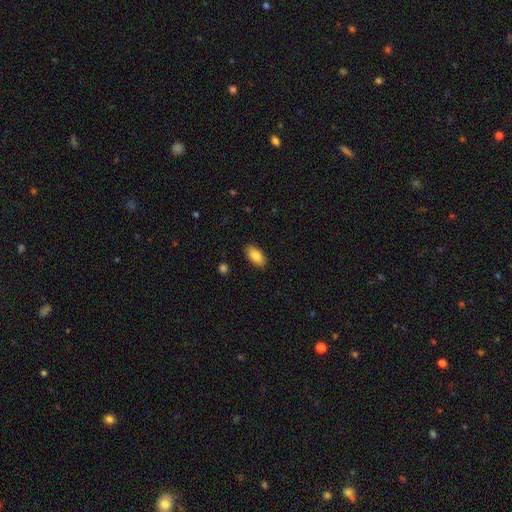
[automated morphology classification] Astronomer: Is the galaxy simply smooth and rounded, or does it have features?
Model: smooth — 85%.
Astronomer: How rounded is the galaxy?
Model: in between — 93%.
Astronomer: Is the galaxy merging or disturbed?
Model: none — 89%.